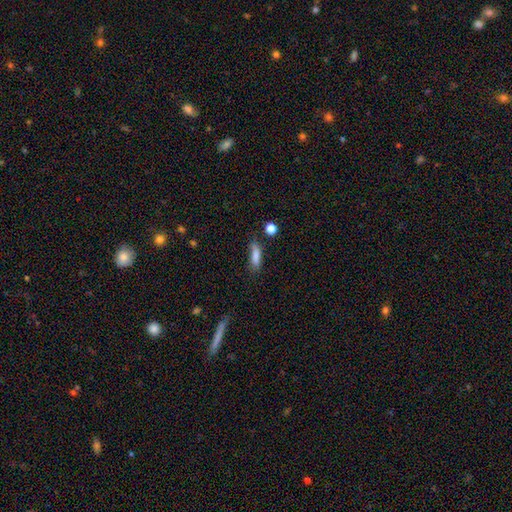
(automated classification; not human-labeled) This appears to be a smooth galaxy with no disk features (81%) that is cigar-shaped (55%). Merging: none (62%).